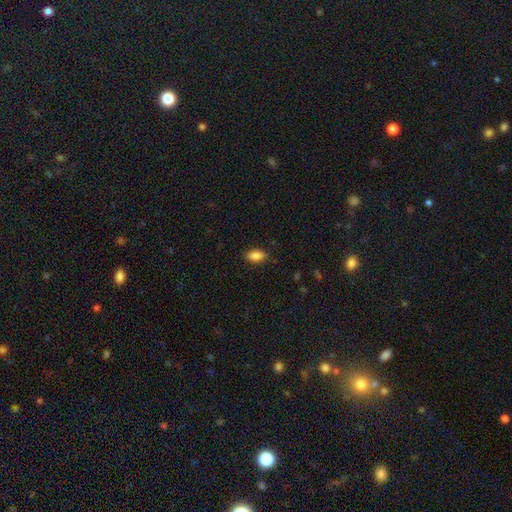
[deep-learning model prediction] This is clearly a smooth galaxy (87%). How rounded: clearly in between (91%). Merging: clearly none (86%).